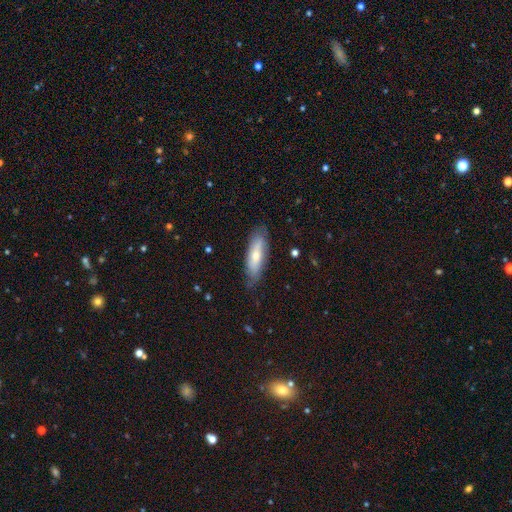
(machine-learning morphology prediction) A smooth galaxy with no disk features (56%) that is in between round and cigar-shaped (56%). Merging: none (75%).